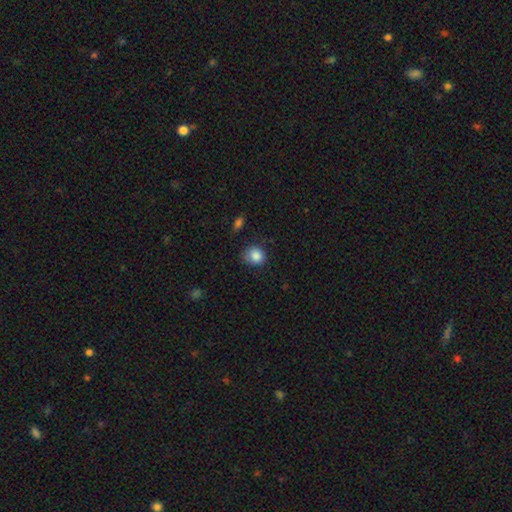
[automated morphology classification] Overall: smooth (86%). How rounded: round (71%). Merging: none (69%).